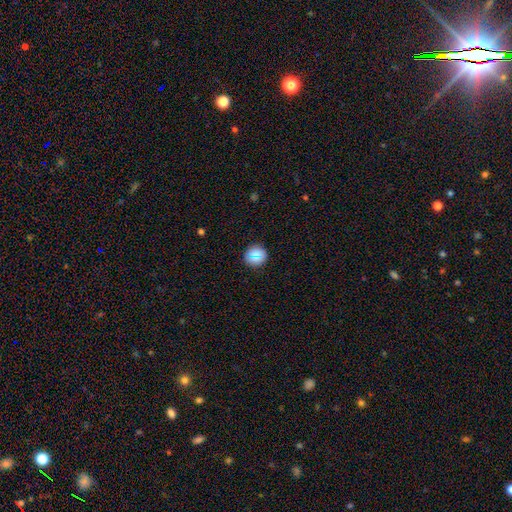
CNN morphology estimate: smooth 74%, star or artifact 16%, featured or disk 10%. Down the decision tree: how rounded — round (88%); merging — none (89%).